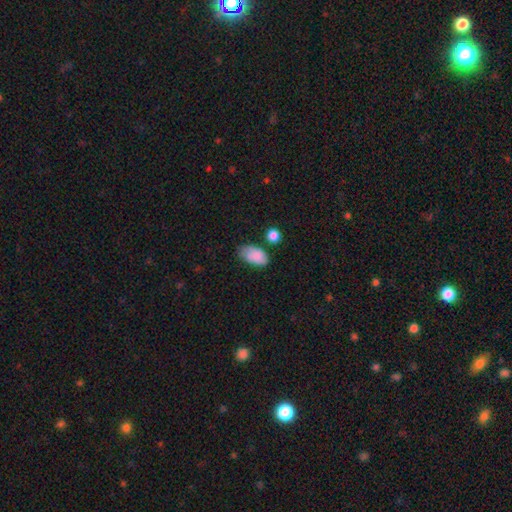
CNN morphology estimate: smooth 82%, featured or disk 10%, star or artifact 8%. Down the decision tree: how rounded — in between (93%); merging — none (54%).